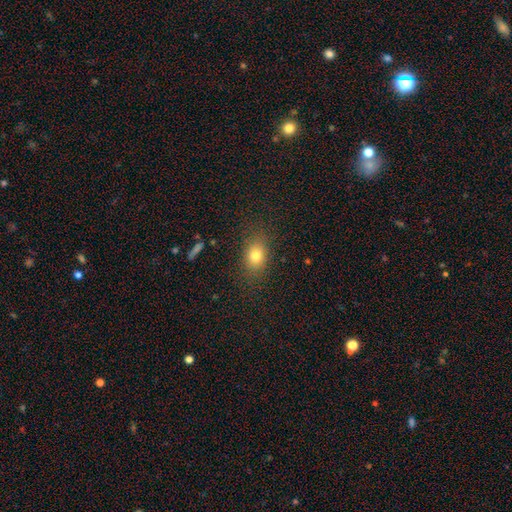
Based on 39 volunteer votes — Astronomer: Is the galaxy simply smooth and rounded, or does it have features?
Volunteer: smooth — 82%.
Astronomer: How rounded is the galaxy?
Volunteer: in between — 69%.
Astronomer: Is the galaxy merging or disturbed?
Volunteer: none — 72%.